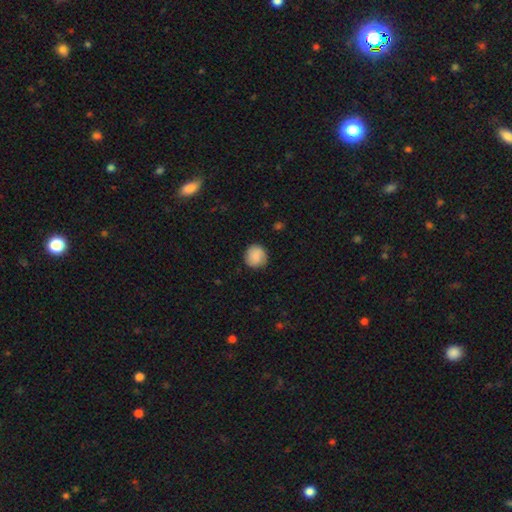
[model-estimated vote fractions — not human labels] smooth 86%, featured or disk 7%, star or artifact 7%. Down the decision tree: how rounded — round (90%); merging — none (85%).